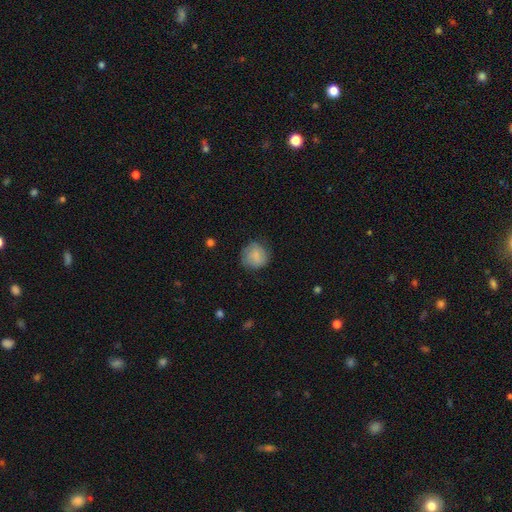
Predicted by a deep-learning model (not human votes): Smooth or featured? Predicted: smooth (p=0.79). How rounded? Predicted: round (p=0.88). Merging? Predicted: none (p=0.75).